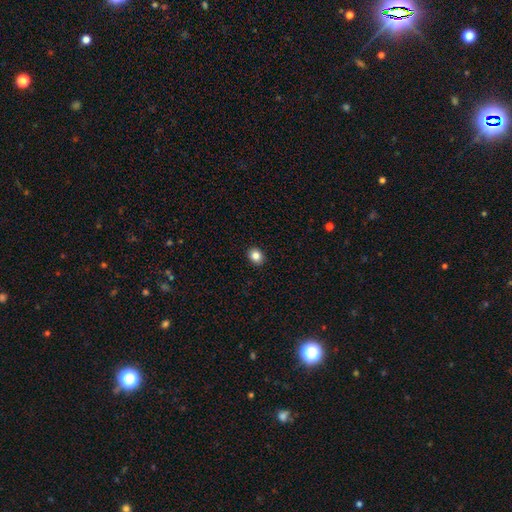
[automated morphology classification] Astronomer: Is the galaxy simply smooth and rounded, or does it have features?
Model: smooth — 85%.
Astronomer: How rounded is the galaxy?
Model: round — 60% (runner-up: in between, 39%).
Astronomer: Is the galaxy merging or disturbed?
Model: none — 92%.